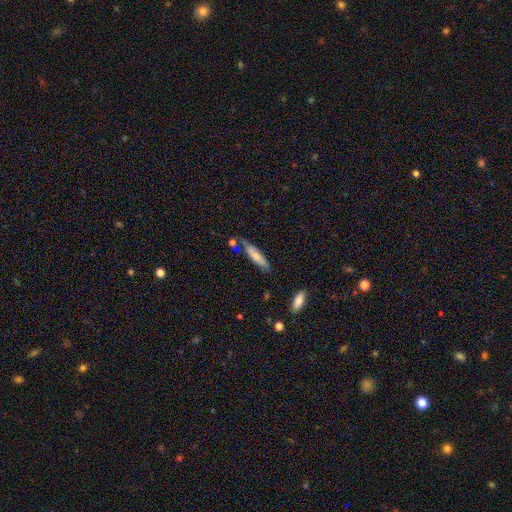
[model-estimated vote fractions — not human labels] Q: Smooth or featured?
A: smooth (69%); runner-up: featured or disk (24%)
Q: How rounded?
A: cigar-shaped (75%); runner-up: in between (24%)
Q: Merging?
A: none (61%); runner-up: minor disturbance (23%)